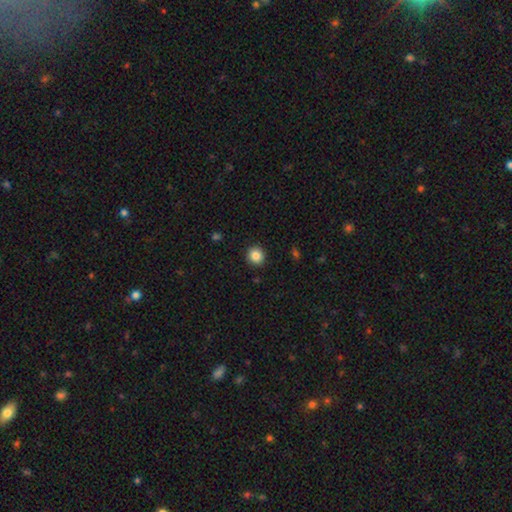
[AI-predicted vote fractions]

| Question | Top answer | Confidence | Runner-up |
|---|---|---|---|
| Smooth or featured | smooth | 86% | star or artifact (10%) |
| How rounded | round | 91% | in between (8%) |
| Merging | none | 92% | minor disturbance (5%) |